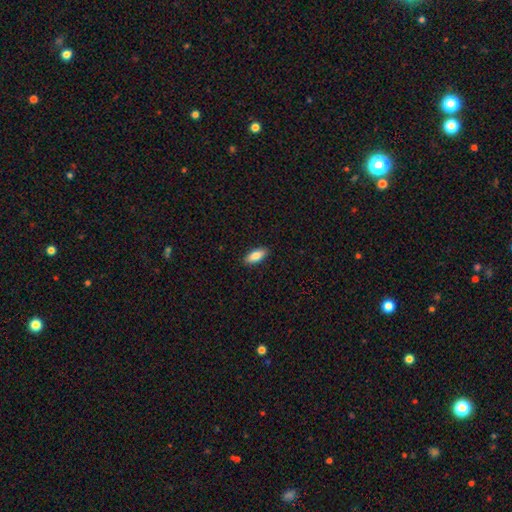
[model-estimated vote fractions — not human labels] A smooth galaxy with no disk features (83%) that is in between round and cigar-shaped (80%). Merging: none (90%).